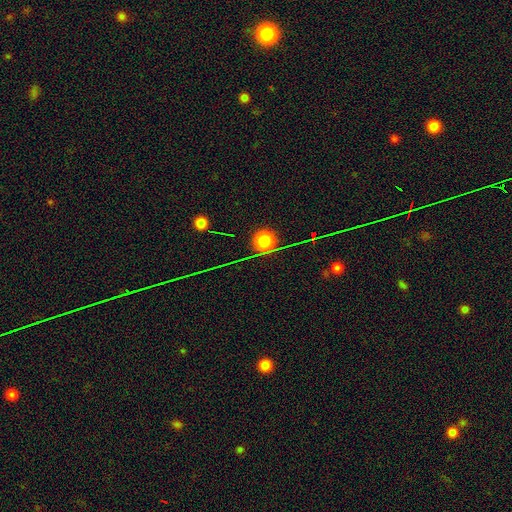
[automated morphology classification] smooth-or-featured: star or artifact: 57% | smooth: 31% | featured or disk: 13%